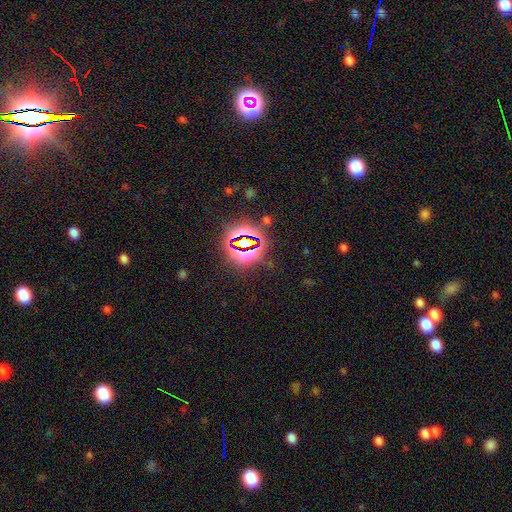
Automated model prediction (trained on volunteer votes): Smooth or featured? Predicted: star or artifact (p=0.80).